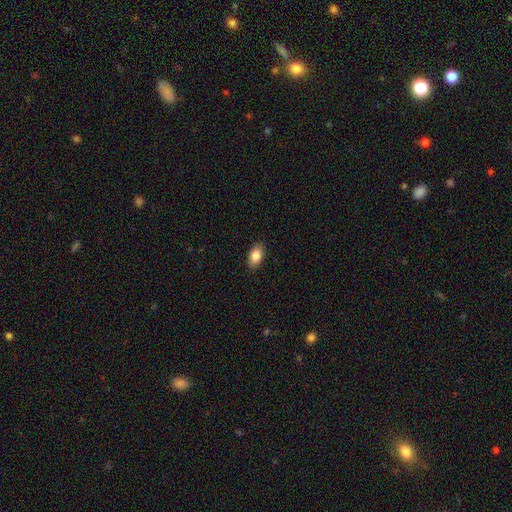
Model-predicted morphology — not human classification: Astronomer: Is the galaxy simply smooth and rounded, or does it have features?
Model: smooth — 85%.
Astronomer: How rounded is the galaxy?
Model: in between — 91%.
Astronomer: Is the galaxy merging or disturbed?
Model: none — 89%.